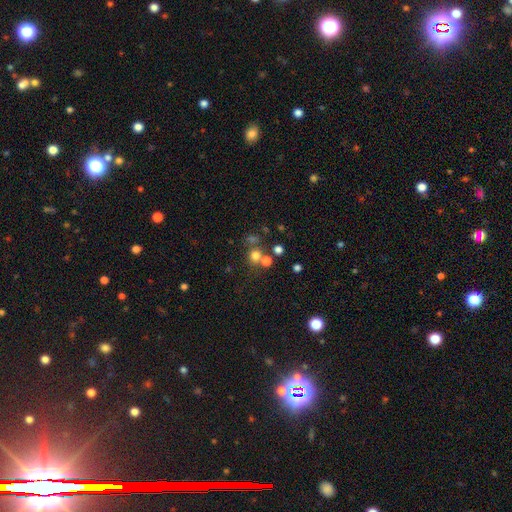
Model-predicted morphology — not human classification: smooth-or-featured: smooth: 68% | star or artifact: 21% | featured or disk: 11%
  how-rounded: round: 85% | in between: 13% | cigar-shaped: 1%
  merging: none: 58% | merger: 28% | minor disturbance: 8% | major disturbance: 5%